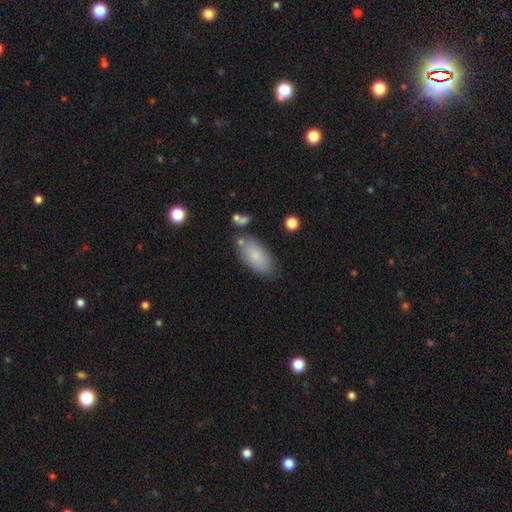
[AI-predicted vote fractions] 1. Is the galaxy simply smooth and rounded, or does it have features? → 80% smooth, 12% featured or disk, 7% star or artifact.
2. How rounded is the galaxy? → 92% in between, 5% cigar-shaped, 3% round.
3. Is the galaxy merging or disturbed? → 74% none, 16% minor disturbance, 6% merger, 4% major disturbance.